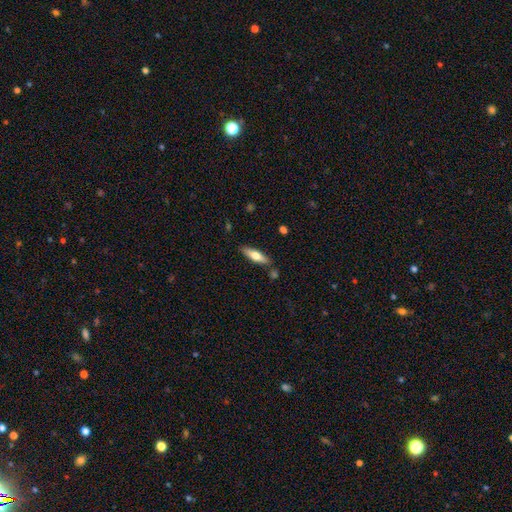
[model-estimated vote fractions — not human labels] Smooth or featured? Predicted: smooth (p=0.59). How rounded? Predicted: cigar-shaped (p=0.62). Merging? Predicted: none (p=0.82).